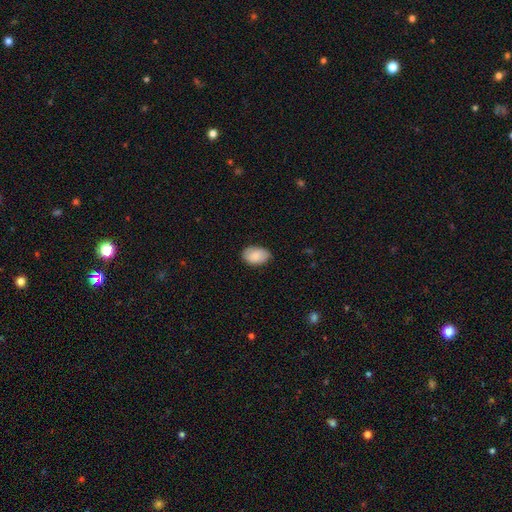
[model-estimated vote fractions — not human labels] Smooth or featured?
  - smooth: 85% *
  - featured or disk: 9%
  - star or artifact: 6%
How rounded?
  - in between: 88% *
  - round: 11%
  - cigar-shaped: 1%
Merging?
  - none: 79% *
  - minor disturbance: 17%
  - major disturbance: 3%
  - merger: 1%